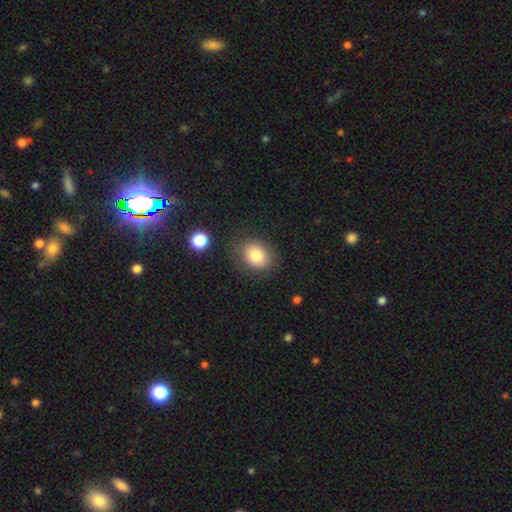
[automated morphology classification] type=smooth (81%); roundness=round (54%); merging=none (76%).